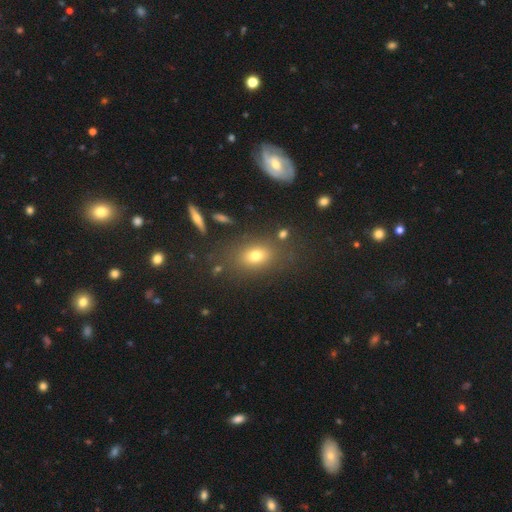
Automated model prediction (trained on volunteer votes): Smooth or featured? Predicted: smooth (p=0.70). How rounded? Predicted: in between (p=0.70). Merging? Predicted: none (p=0.77).